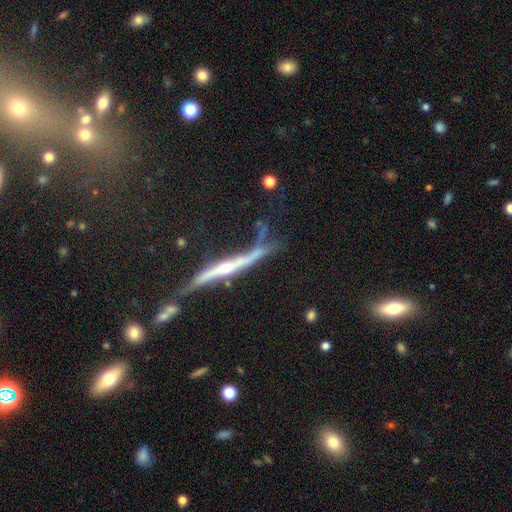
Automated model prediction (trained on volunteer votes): Overall: featured or disk (81%). Edge-on disk: yes (91%). Edge-on bulge: rounded (82%). Merging: none (57%; minor disturbance 24%).